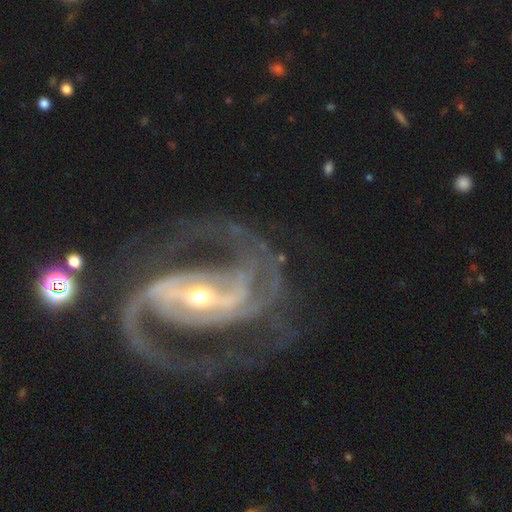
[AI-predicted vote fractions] This appears to be a featured or disk galaxy (93%) with a strong bar (66%), 2 (79%) medium (60%) spiral arms (98%) and a small central bulge (59%). Merging: none (68%).